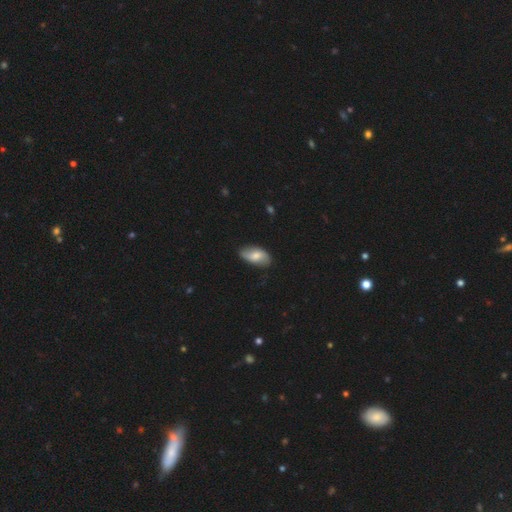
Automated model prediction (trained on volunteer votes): smooth_or_featured: smooth (p=0.58) [alt: featured or disk p=0.36]
how_rounded: in between (p=0.92) [alt: cigar-shaped p=0.04]
merging: none (p=0.78) [alt: minor disturbance p=0.17]